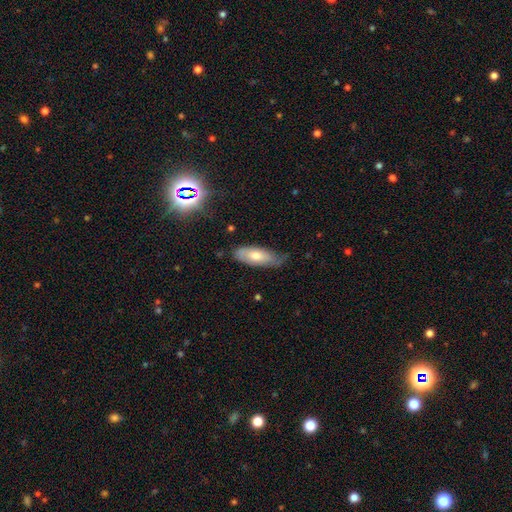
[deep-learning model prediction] The model was most divided on "merging": none: 58%, minor disturbance: 33%, major disturbance: 7%, merger: 2%. More confident: how rounded — in between (70%); smooth or featured — smooth (66%).